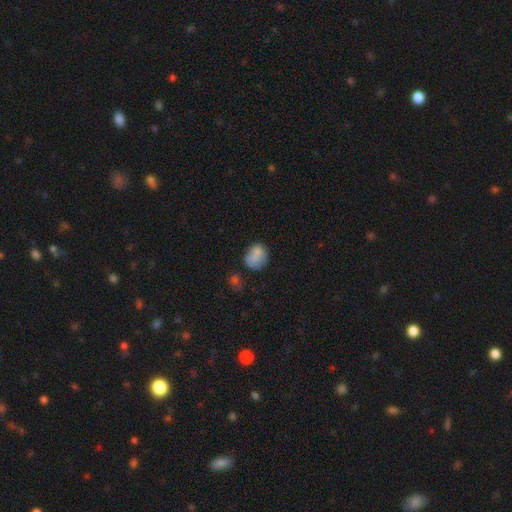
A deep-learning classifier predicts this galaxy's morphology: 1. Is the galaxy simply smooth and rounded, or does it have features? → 78% smooth, 12% featured or disk, 9% star or artifact.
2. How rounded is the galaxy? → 59% round, 39% in between, 1% cigar-shaped.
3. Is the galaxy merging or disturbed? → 55% none, 27% minor disturbance, 10% major disturbance, 7% merger.